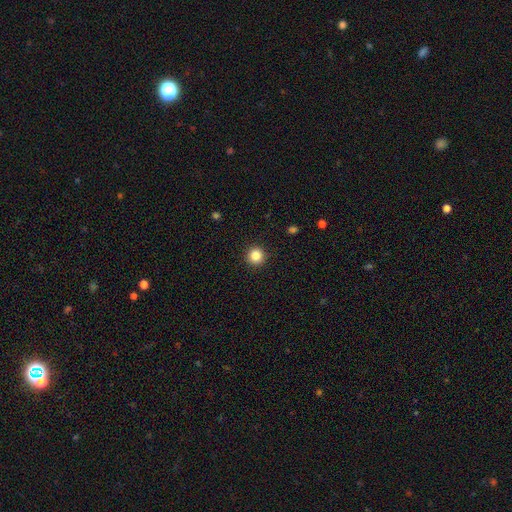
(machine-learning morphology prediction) A smooth galaxy with no disk features (84%) that is round (95%).

Vote fractions:
- Smooth or featured? smooth: 84% / star or artifact: 11% / featured or disk: 5%
- How rounded? round: 95% / in between: 4% / cigar-shaped: 1%
- Merging? none: 93% / minor disturbance: 4% / major disturbance: 2% / merger: 1%